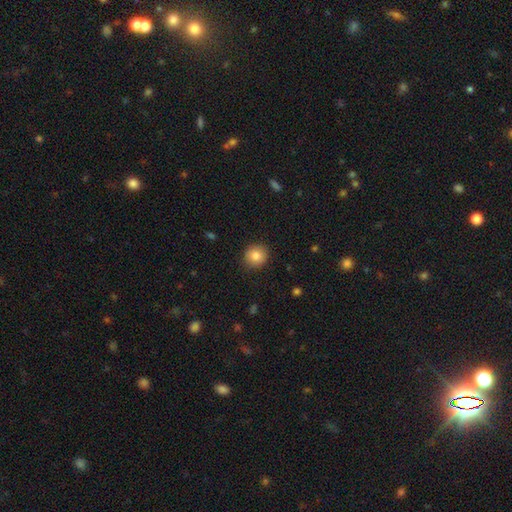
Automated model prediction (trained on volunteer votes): A smooth galaxy with no disk features (84%) that is round (90%). Merging: none (90%).